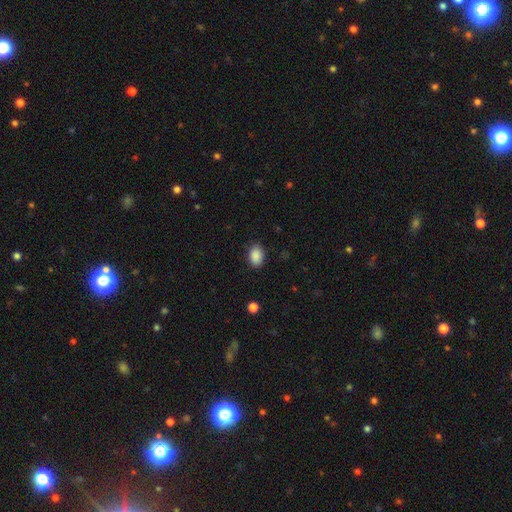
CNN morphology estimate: The model was most divided on "how rounded": in between: 80%, round: 19%, cigar-shaped: 1%. More confident: smooth or featured — smooth (88%); merging — none (86%).